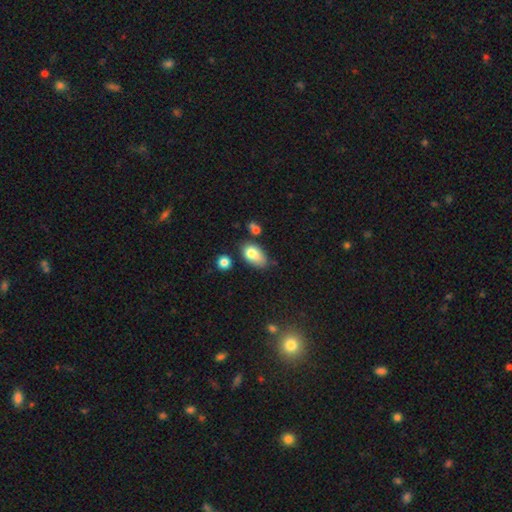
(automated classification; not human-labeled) Smooth or featured? Predicted: smooth (p=0.77). How rounded? Predicted: in between (p=0.89). Merging? Predicted: none (p=0.51).